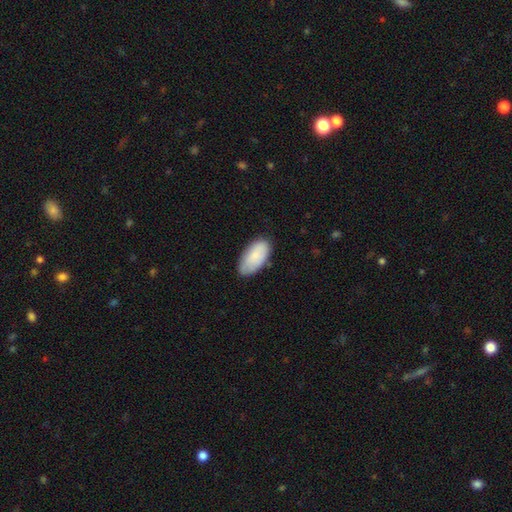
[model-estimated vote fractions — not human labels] Smooth or featured? Predicted: smooth (p=0.80). How rounded? Predicted: in between (p=0.95). Merging? Predicted: none (p=0.76).